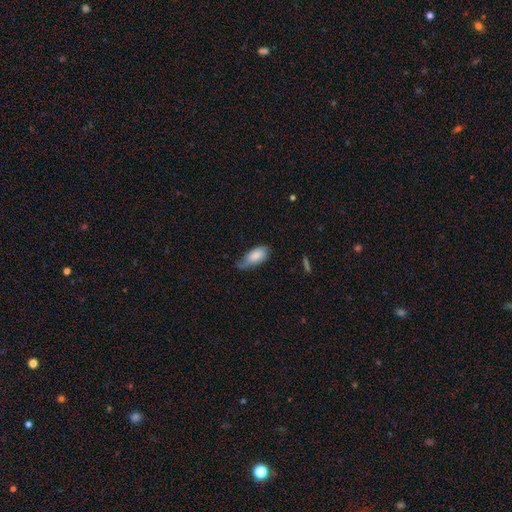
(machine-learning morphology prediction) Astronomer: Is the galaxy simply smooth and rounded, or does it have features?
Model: smooth — 78%.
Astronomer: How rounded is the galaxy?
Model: in between — 90%.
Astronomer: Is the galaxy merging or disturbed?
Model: minor disturbance — 44% (runner-up: none, 41%).